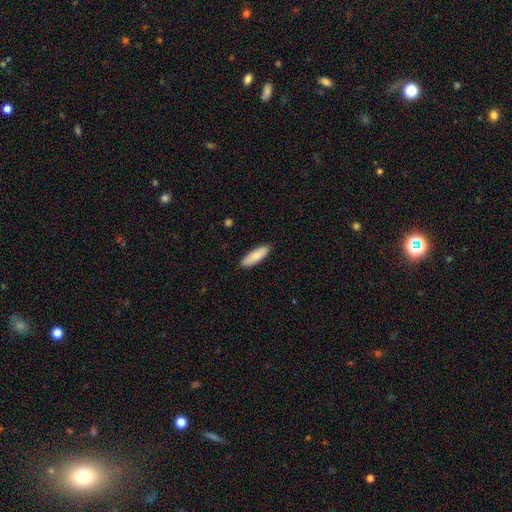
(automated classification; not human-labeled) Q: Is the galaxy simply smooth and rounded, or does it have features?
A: smooth — 87%.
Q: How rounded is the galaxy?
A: cigar-shaped — 53%.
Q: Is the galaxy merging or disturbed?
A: none — 90%.